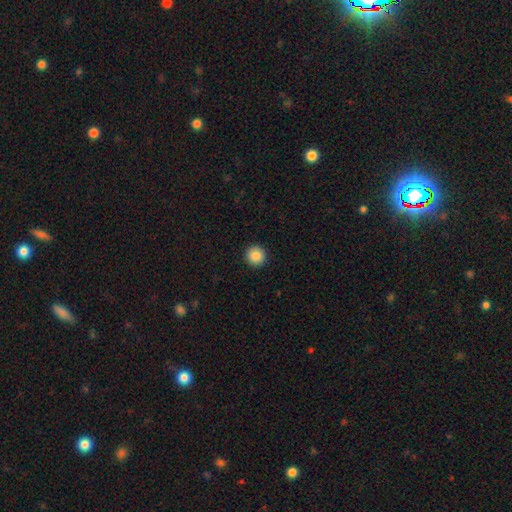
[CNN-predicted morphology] This is clearly a smooth galaxy (86%). How rounded: clearly round (95%). Merging: clearly none (94%).